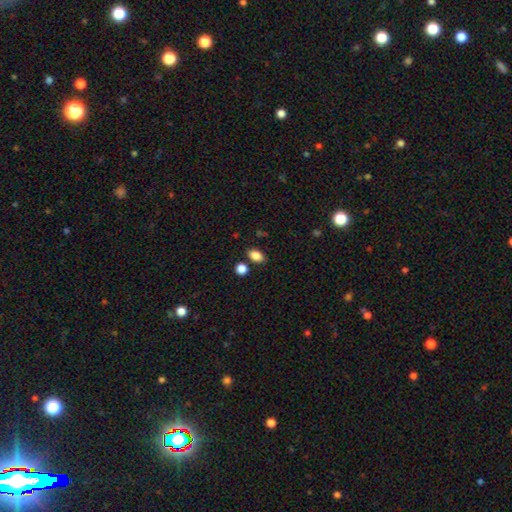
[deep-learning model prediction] Smooth or featured: smooth — 85% (star or artifact — 9%)
How rounded: in between — 85% (round — 13%)
Merging: none — 81% (minor disturbance — 10%)